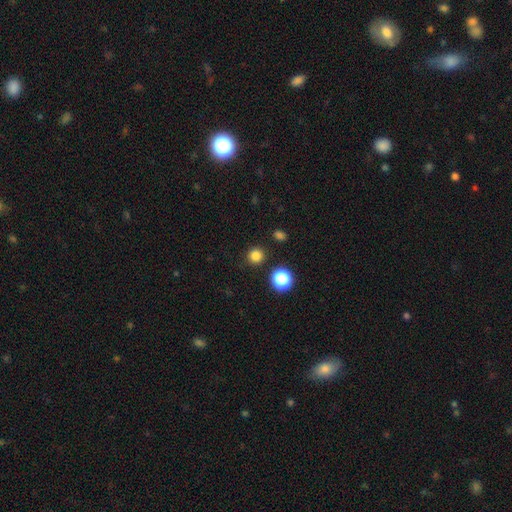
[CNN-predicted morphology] A smooth galaxy with no disk features (81%) that is round (93%).

Vote fractions:
- Smooth or featured? smooth: 81% / star or artifact: 15% / featured or disk: 4%
- How rounded? round: 93% / in between: 6% / cigar-shaped: 1%
- Merging? none: 90% / minor disturbance: 6% / merger: 2% / major disturbance: 2%